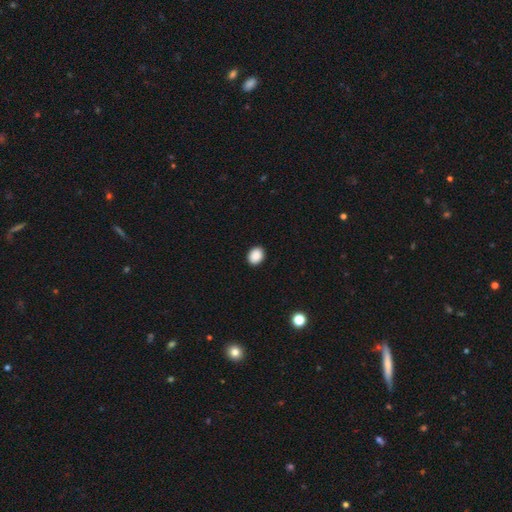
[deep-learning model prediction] Q: Smooth or featured?
A: smooth (89%); runner-up: star or artifact (8%)
Q: How rounded?
A: in between (50%); runner-up: round (49%)
Q: Merging?
A: none (91%); runner-up: minor disturbance (6%)